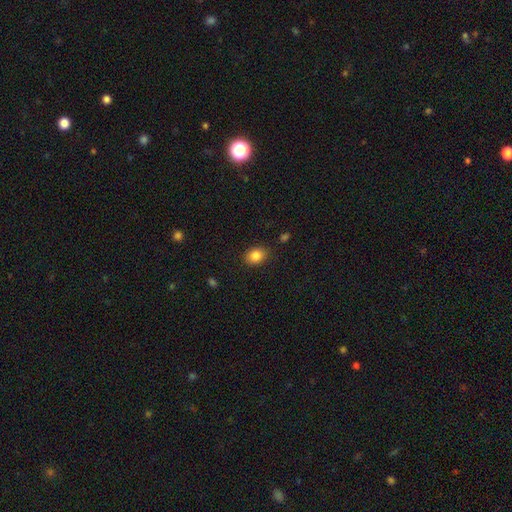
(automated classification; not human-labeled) A smooth galaxy with no disk features (85%) that is in between round and cigar-shaped (59%).

Vote fractions:
- Smooth or featured? smooth: 85% / star or artifact: 9% / featured or disk: 5%
- How rounded? in between: 59% / round: 40% / cigar-shaped: 1%
- Merging? none: 84% / minor disturbance: 11% / major disturbance: 3% / merger: 2%